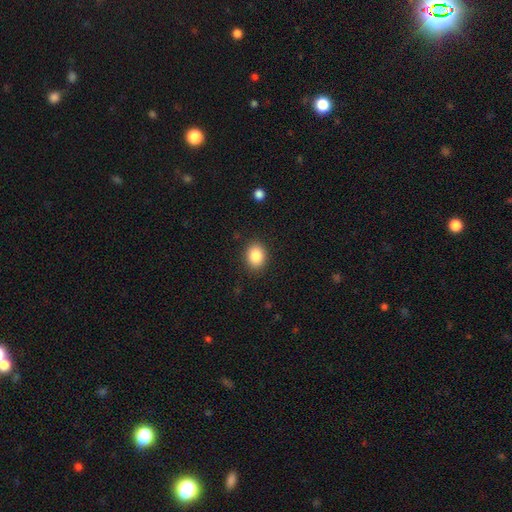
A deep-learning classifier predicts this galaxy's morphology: A smooth galaxy with no disk features (86%) that is in between round and cigar-shaped (50%).

Vote fractions:
- Smooth or featured? smooth: 86% / star or artifact: 9% / featured or disk: 5%
- How rounded? in between: 50% / round: 49% / cigar-shaped: 1%
- Merging? none: 88% / minor disturbance: 8% / major disturbance: 2% / merger: 1%